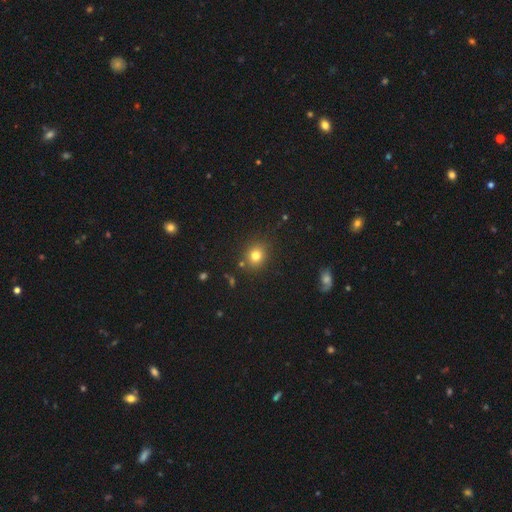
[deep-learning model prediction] Overall: smooth (77%). How rounded: round (80%). Merging: none (84%).